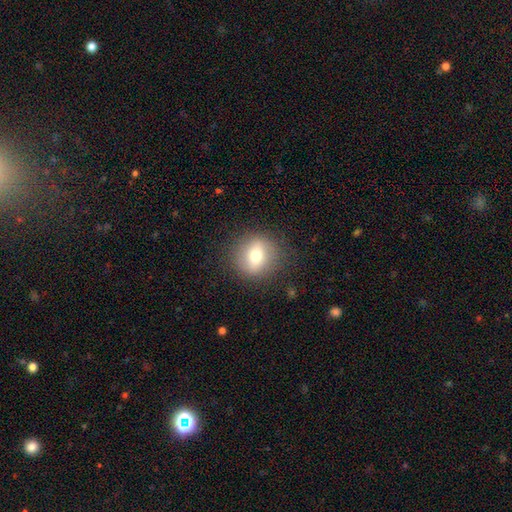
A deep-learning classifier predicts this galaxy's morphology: smooth 65%, featured or disk 26%, star or artifact 9%. Down the decision tree: how rounded — round (77%); merging — none (85%).